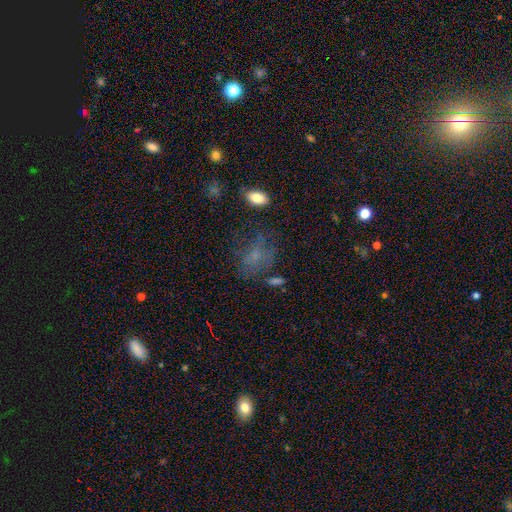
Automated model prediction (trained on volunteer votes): Smooth or featured: smooth — 50% (featured or disk — 28%)
How rounded: in between — 59% (round — 39%)
Merging: none — 52% (minor disturbance — 22%)